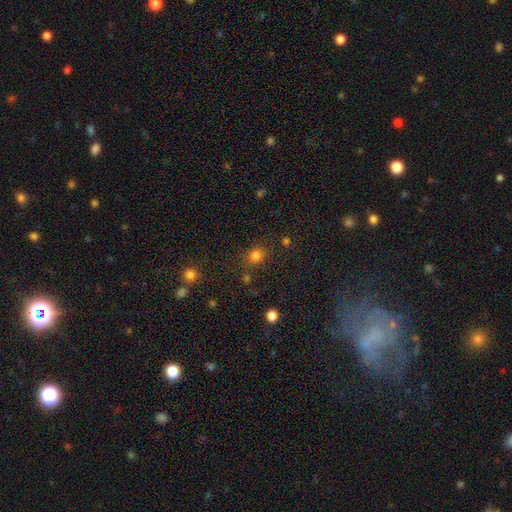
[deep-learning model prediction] Q: Smooth or featured?
A: smooth (80%); runner-up: star or artifact (15%)
Q: How rounded?
A: round (74%); runner-up: in between (25%)
Q: Merging?
A: none (80%); runner-up: minor disturbance (11%)